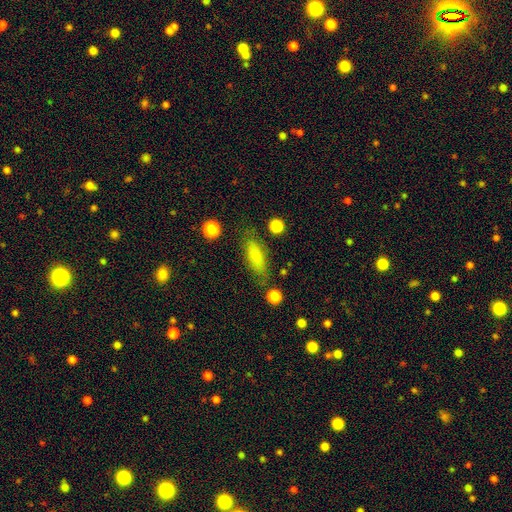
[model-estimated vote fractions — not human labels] Smooth or featured? Predicted: smooth (p=0.80). How rounded? Predicted: in between (p=0.69). Merging? Predicted: none (p=0.72).